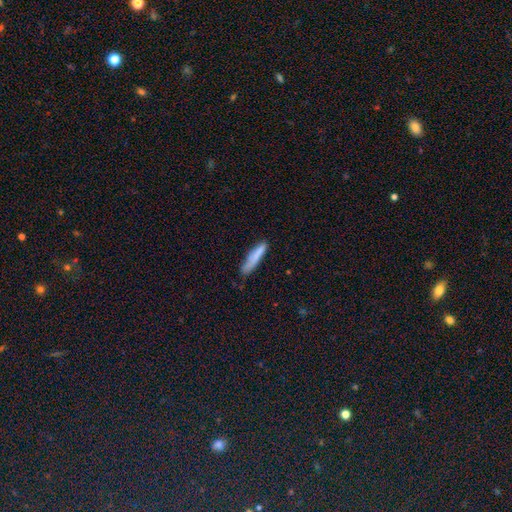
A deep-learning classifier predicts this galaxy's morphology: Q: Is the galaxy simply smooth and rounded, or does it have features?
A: smooth — 81%.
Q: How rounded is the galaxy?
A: cigar-shaped — 86%.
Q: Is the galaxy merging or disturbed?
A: none — 72%.